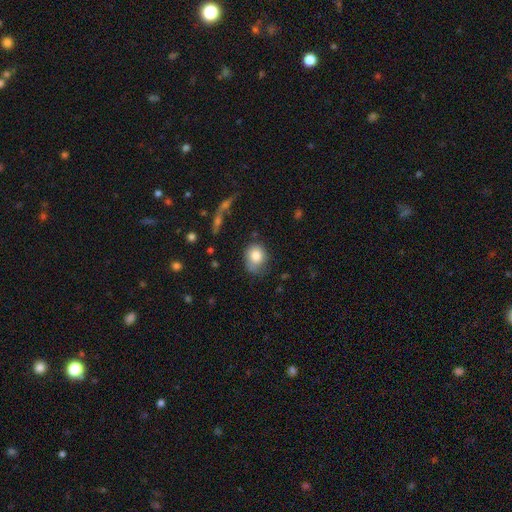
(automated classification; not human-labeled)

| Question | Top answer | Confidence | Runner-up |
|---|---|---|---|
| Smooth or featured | smooth | 80% | featured or disk (11%) |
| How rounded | round | 53% | in between (46%) |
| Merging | none | 61% | minor disturbance (28%) |